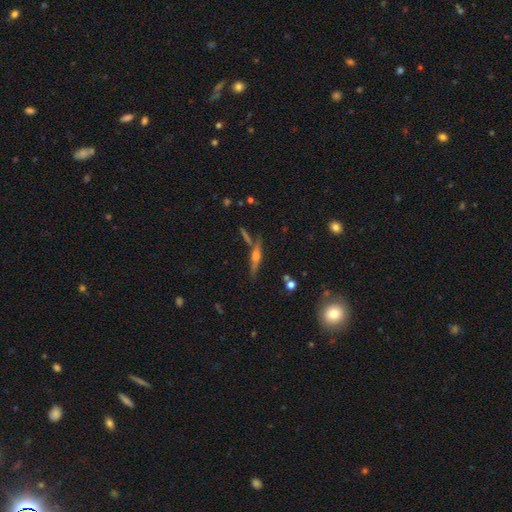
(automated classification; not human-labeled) This appears to be a featured or disk galaxy (74%) viewed edge-on (97%) with a rounded central bulge (89%). Merging: none (80%).